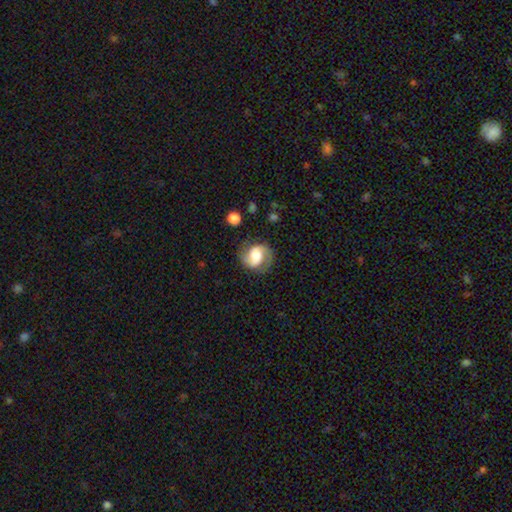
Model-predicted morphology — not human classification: type=featured or disk (64%); edge-on=no (98%); bar=weak (41%, tied with no); spiral arms=yes (91%); winding=medium (47%); arm count=2 (87%); bulge=moderate (38%); merging=none (73%).